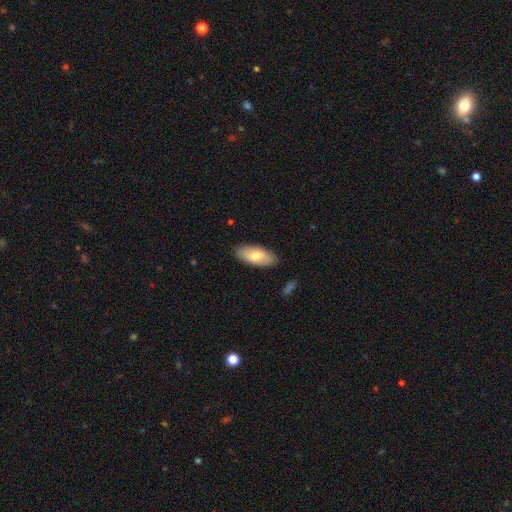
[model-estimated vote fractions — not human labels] The model was most divided on "smooth or featured": smooth: 73%, featured or disk: 22%, star or artifact: 6%. More confident: how rounded — in between (89%); merging — none (86%).